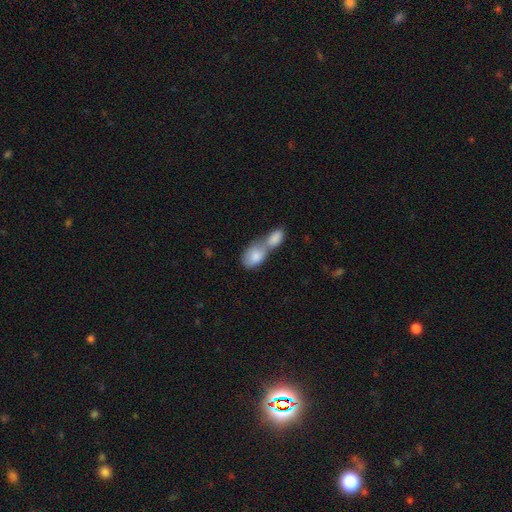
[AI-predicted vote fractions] This is clearly a smooth galaxy (81%). How rounded: clearly in between (85%). Merging: likely merger (77%).